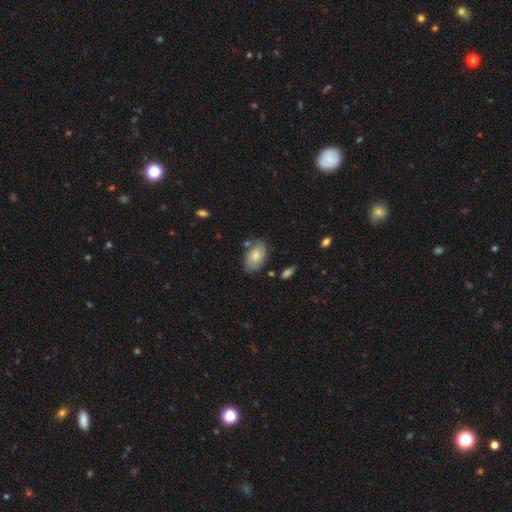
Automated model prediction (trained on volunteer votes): Morphology: type=smooth (63%); roundness=in between (91%); merging=none (68%).